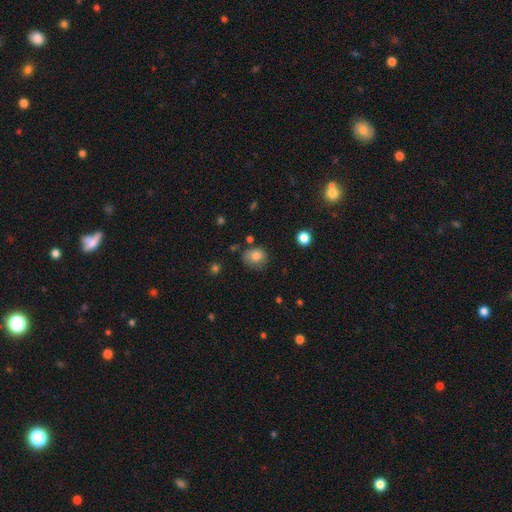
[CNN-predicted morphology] type=smooth (81%); roundness=round (69%); merging=none (68%).